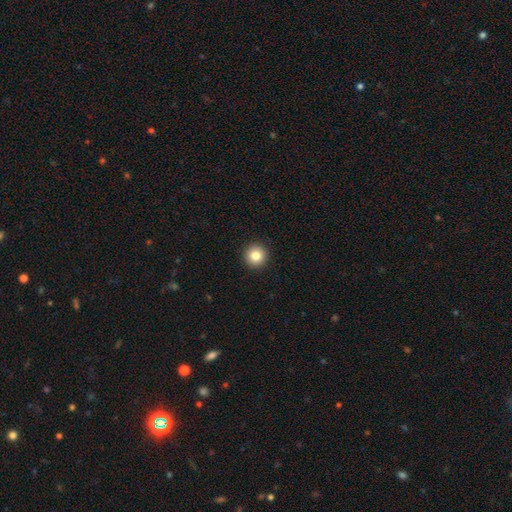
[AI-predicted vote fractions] Q: Smooth or featured?
A: smooth (83%); runner-up: star or artifact (10%)
Q: How rounded?
A: round (95%); runner-up: in between (4%)
Q: Merging?
A: none (94%); runner-up: minor disturbance (4%)